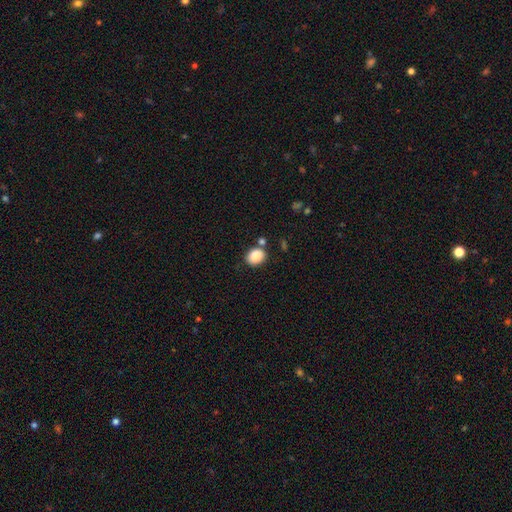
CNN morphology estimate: Smooth or featured: smooth — 87% (star or artifact — 8%)
How rounded: in between — 50% (round — 49%)
Merging: none — 73% (minor disturbance — 12%)